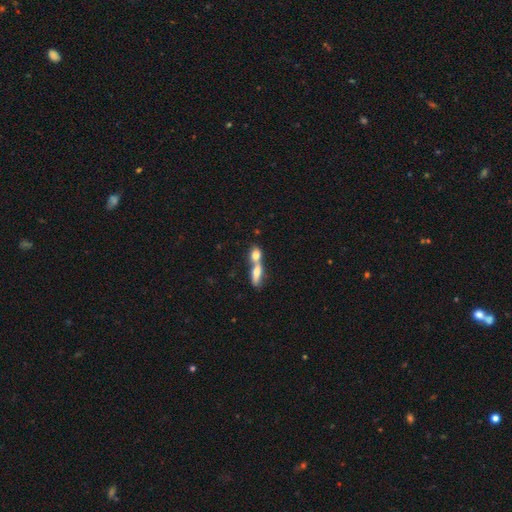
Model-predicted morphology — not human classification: A smooth galaxy with no disk features (70%) that is in between round and cigar-shaped (53%). Merging: merger (71%).